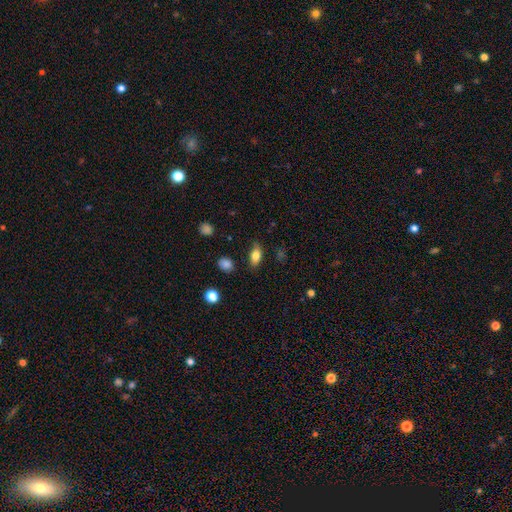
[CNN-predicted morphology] Smooth or featured?
  - smooth: 79% *
  - featured or disk: 13%
  - star or artifact: 8%
How rounded?
  - in between: 87% *
  - cigar-shaped: 8%
  - round: 6%
Merging?
  - none: 82% *
  - minor disturbance: 14%
  - major disturbance: 3%
  - merger: 2%